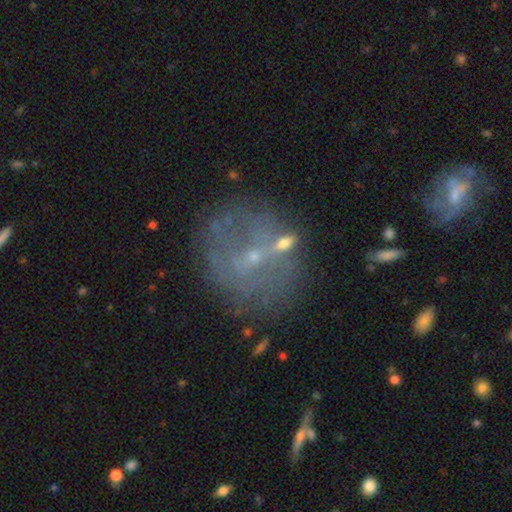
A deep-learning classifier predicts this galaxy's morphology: Smooth or featured? Predicted: featured or disk (p=0.55). Edge-on disk? Predicted: no (p=0.95). Bar? Predicted: no (p=0.45). Spiral arms? Predicted: no (p=0.66). Bulge size? Predicted: small (p=0.78). Merging? Predicted: none (p=0.64).